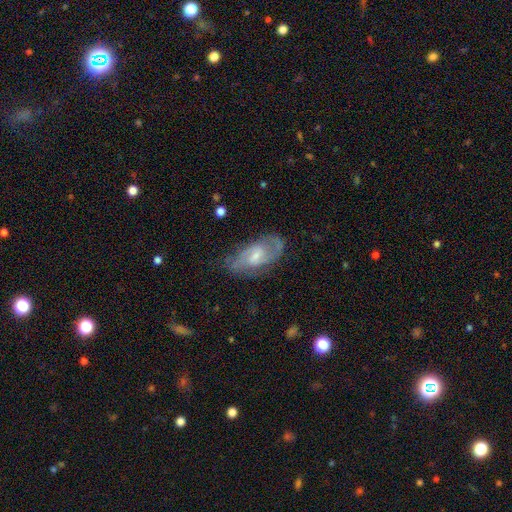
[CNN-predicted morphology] smooth_or_featured: featured or disk (p=0.78) [alt: smooth p=0.16]
disk_edge_on: no (p=0.94) [alt: yes p=0.06]
bar: weak (p=0.56) [alt: no p=0.31]
has_spiral_arms: yes (p=0.91) [alt: no p=0.09]
spiral_winding: medium (p=0.51) [alt: tight p=0.28]
spiral_arm_count: 2 (p=0.72) [alt: can't tell p=0.15]
bulge_size: small (p=0.51) [alt: moderate p=0.39]
merging: none (p=0.68) [alt: minor disturbance p=0.21]